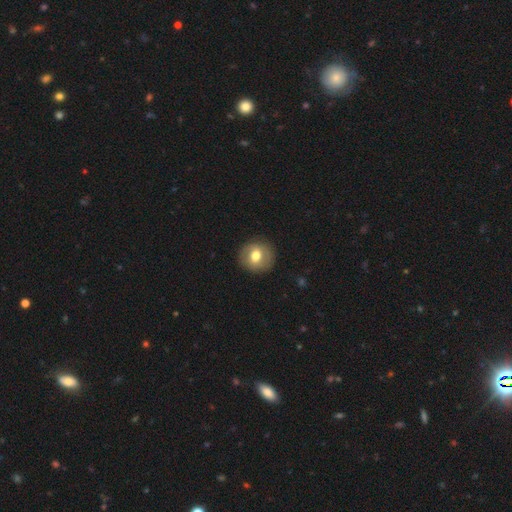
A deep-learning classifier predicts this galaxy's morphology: smooth-or-featured: smooth: 61% | featured or disk: 31% | star or artifact: 7%
  how-rounded: round: 87% | in between: 12% | cigar-shaped: 1%
  merging: none: 87% | minor disturbance: 9% | major disturbance: 3% | merger: 1%